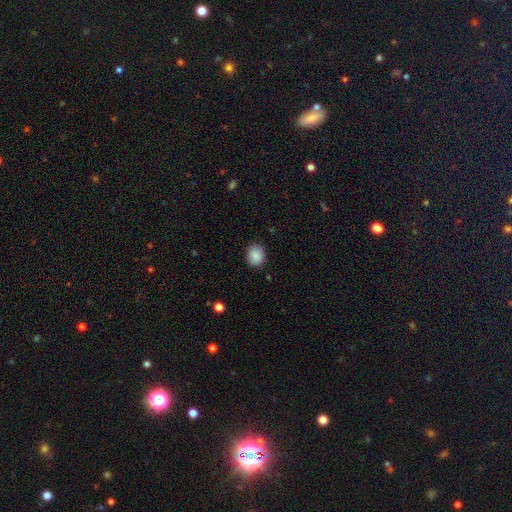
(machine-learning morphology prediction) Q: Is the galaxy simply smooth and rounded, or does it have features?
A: smooth — 88%.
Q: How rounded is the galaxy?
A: round — 68%.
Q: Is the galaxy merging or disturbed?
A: none — 86%.